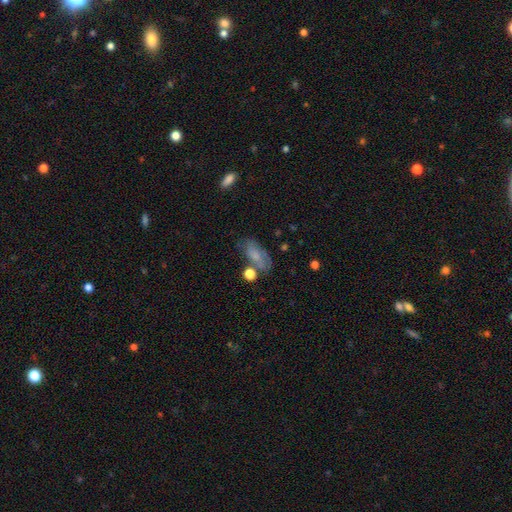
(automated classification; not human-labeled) Q: Smooth or featured?
A: smooth (61%); runner-up: featured or disk (28%)
Q: How rounded?
A: in between (82%); runner-up: cigar-shaped (10%)
Q: Merging?
A: none (50%); runner-up: minor disturbance (25%)